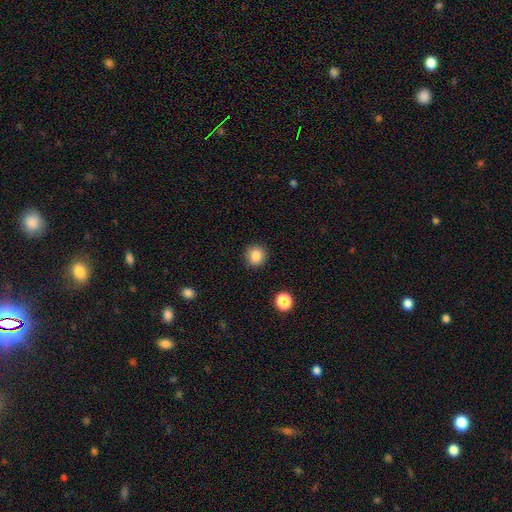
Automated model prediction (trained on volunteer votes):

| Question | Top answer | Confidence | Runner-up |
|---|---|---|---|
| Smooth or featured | smooth | 85% | star or artifact (10%) |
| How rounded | round | 90% | in between (9%) |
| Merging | none | 91% | minor disturbance (6%) |